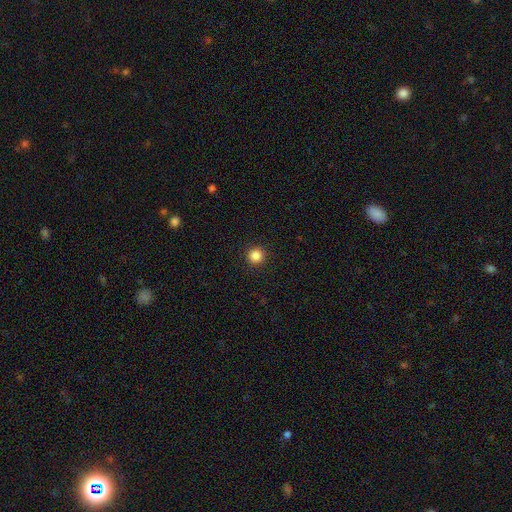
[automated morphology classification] Smooth or featured: smooth — 86% (star or artifact — 11%)
How rounded: round — 96% (in between — 3%)
Merging: none — 93% (minor disturbance — 4%)